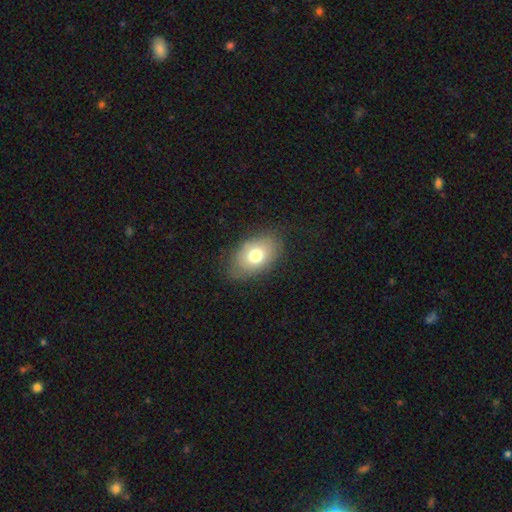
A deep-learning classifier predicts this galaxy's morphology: A smooth galaxy with no disk features (73%) that is in between round and cigar-shaped (84%).

Vote fractions:
- Smooth or featured? smooth: 73% / featured or disk: 17% / star or artifact: 9%
- How rounded? in between: 84% / round: 14% / cigar-shaped: 1%
- Merging? none: 78% / minor disturbance: 15% / major disturbance: 5% / merger: 1%